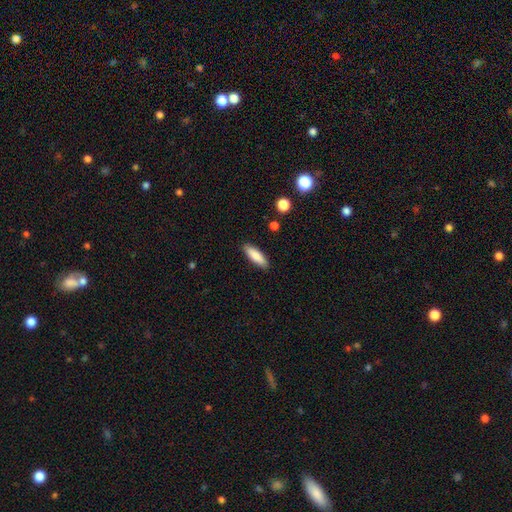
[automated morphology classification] Smooth or featured? Predicted: smooth (p=0.83). How rounded? Predicted: in between (p=0.49, tied with cigar-shaped). Merging? Predicted: none (p=0.88).